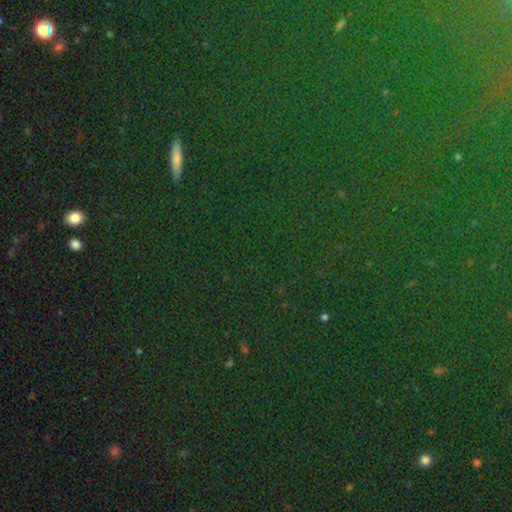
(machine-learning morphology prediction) A star or artifact, not a galaxy (78%).